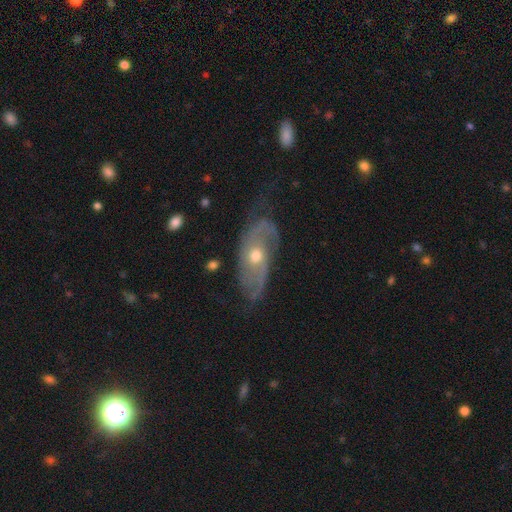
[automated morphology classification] This is likely a featured or disk galaxy (75%). It is clearly not viewed edge-on (88%). Bar: likely no (74%). Spiral arm pattern: clearly yes (85%). Spiral arm count: possibly 2 (52%). Spiral winding: marginally tight (45%). Central bulge: likely moderate (61%). Merging: likely none (70%).